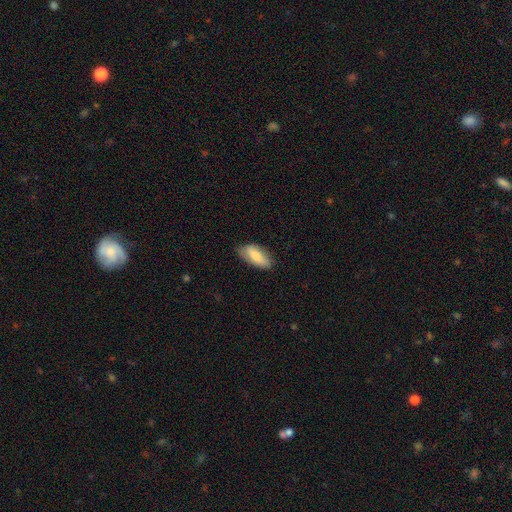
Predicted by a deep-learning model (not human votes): smooth-or-featured: smooth: 77% | featured or disk: 17% | star or artifact: 6%
  how-rounded: in between: 85% | cigar-shaped: 13% | round: 2%
  merging: none: 73% | minor disturbance: 22% | major disturbance: 4% | merger: 1%